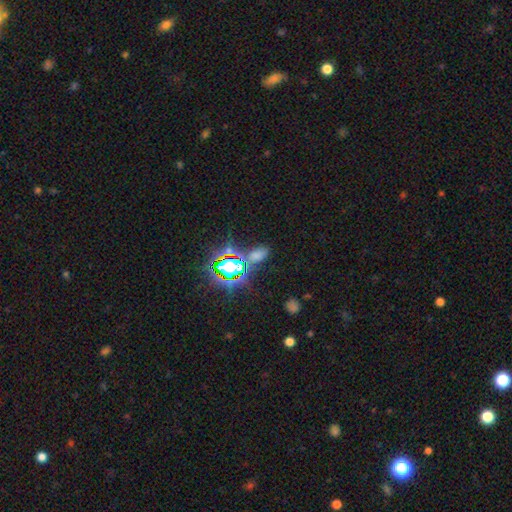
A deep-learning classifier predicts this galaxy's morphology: Smooth or featured? star or artifact (51%)